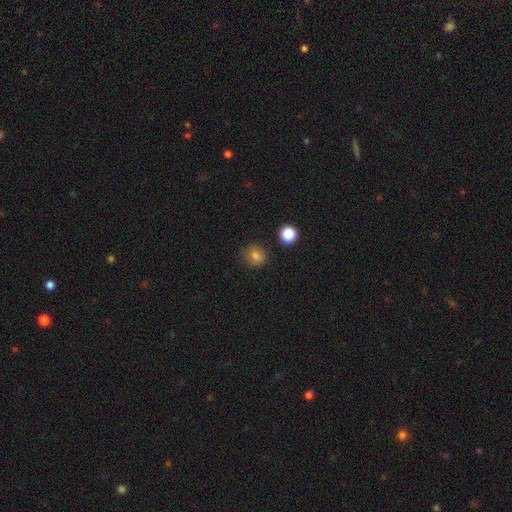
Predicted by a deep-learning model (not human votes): Smooth or featured?
  - smooth: 79% *
  - star or artifact: 14%
  - featured or disk: 7%
How rounded?
  - round: 77% *
  - in between: 22%
  - cigar-shaped: 1%
Merging?
  - none: 82% *
  - minor disturbance: 13%
  - major disturbance: 3%
  - merger: 3%